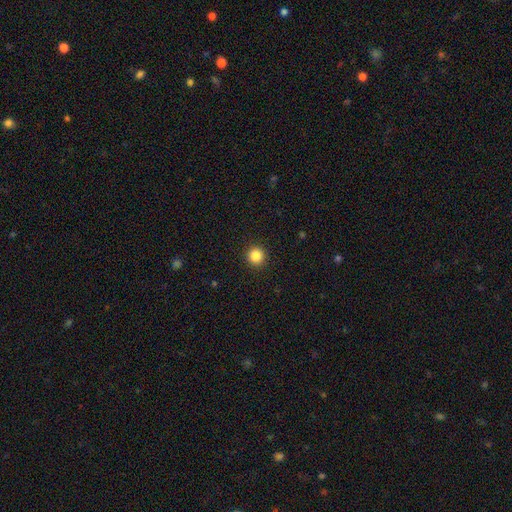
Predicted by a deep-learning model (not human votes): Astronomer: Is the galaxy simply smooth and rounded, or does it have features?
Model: smooth — 86%.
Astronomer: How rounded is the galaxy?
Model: round — 95%.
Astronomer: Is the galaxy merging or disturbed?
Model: none — 93%.